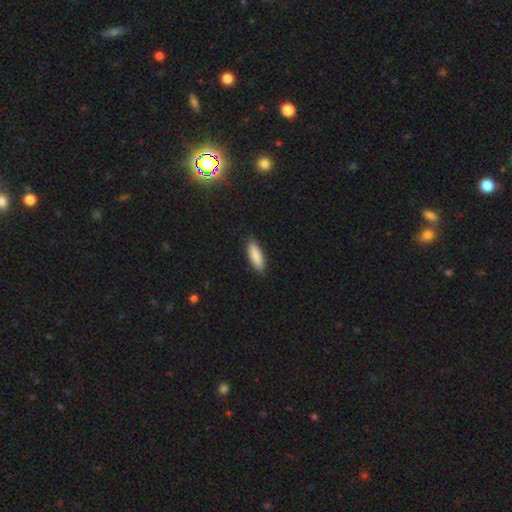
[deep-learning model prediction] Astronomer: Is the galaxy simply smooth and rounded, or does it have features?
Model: smooth — 87%.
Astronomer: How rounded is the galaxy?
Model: cigar-shaped — 50% (runner-up: in between, 48%).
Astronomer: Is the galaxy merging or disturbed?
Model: none — 86%.